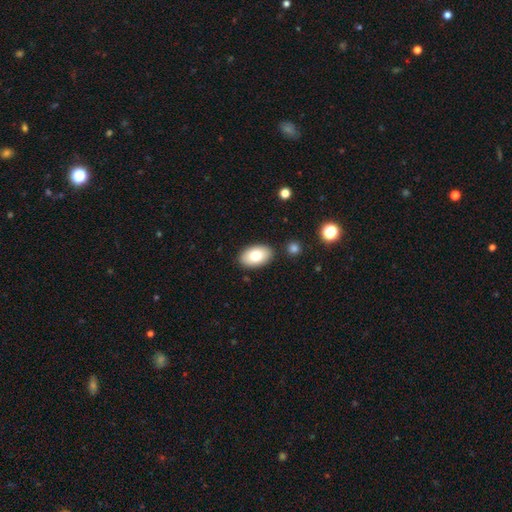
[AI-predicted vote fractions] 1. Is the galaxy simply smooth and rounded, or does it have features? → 78% smooth, 14% featured or disk, 7% star or artifact.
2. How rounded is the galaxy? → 92% in between, 6% round, 1% cigar-shaped.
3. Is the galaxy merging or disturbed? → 87% none, 8% minor disturbance, 2% merger, 2% major disturbance.